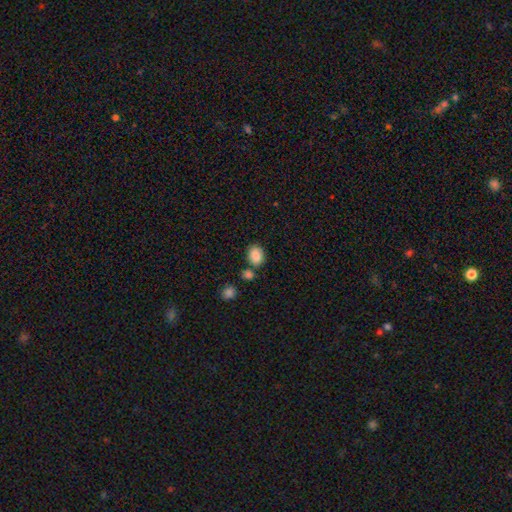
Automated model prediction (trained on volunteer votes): Q: Smooth or featured?
A: smooth (87%); runner-up: star or artifact (8%)
Q: How rounded?
A: in between (71%); runner-up: round (28%)
Q: Merging?
A: none (68%); runner-up: merger (15%)